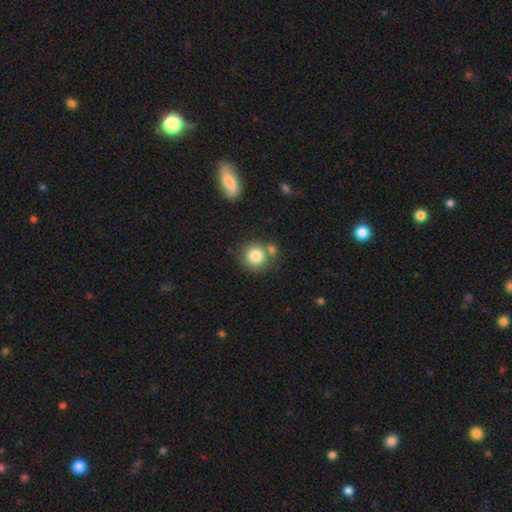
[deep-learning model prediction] The model was most divided on "merging": none: 65%, merger: 20%, minor disturbance: 11%, major disturbance: 4%. More confident: how rounded — round (90%); smooth or featured — smooth (82%).